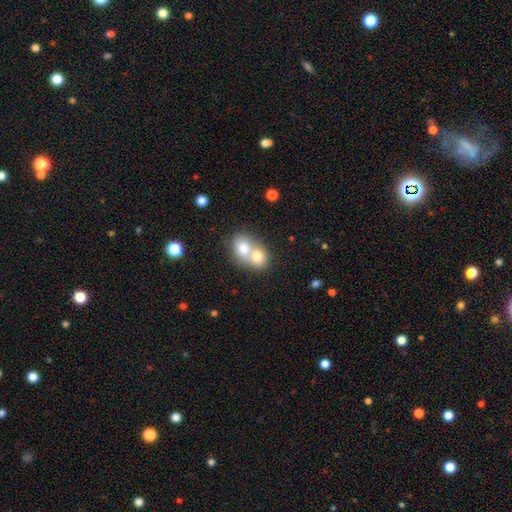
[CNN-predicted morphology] The model was most divided on "how rounded": round: 57%, in between: 42%, cigar-shaped: 1%. More confident: merging — merger (76%); smooth or featured — smooth (71%).